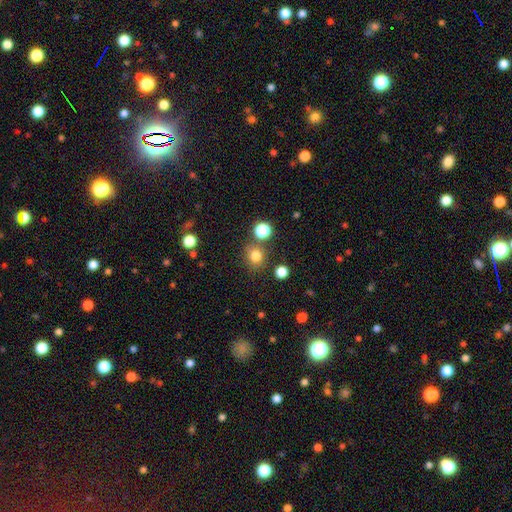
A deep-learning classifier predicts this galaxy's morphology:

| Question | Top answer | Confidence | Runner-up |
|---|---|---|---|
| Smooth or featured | smooth | 79% | star or artifact (15%) |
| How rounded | round | 84% | in between (15%) |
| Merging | none | 78% | minor disturbance (10%) |